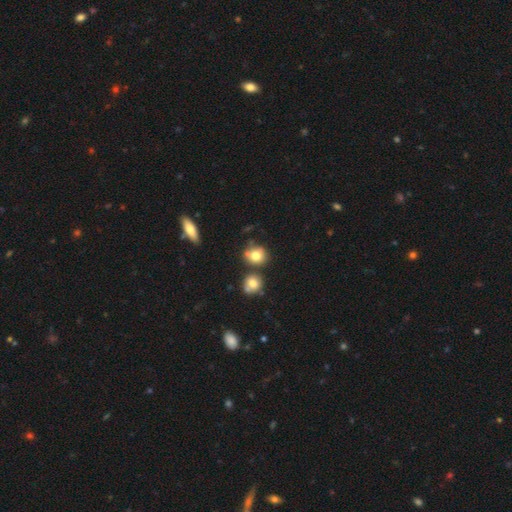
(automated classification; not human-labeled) smooth-or-featured: smooth: 76% | featured or disk: 13% | star or artifact: 11%
  how-rounded: round: 69% | in between: 30% | cigar-shaped: 1%
  merging: none: 55% | minor disturbance: 20% | merger: 19% | major disturbance: 7%